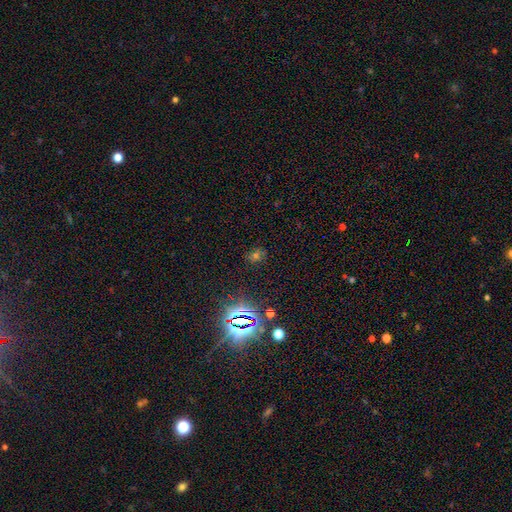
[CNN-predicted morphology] type=star or artifact (51%).